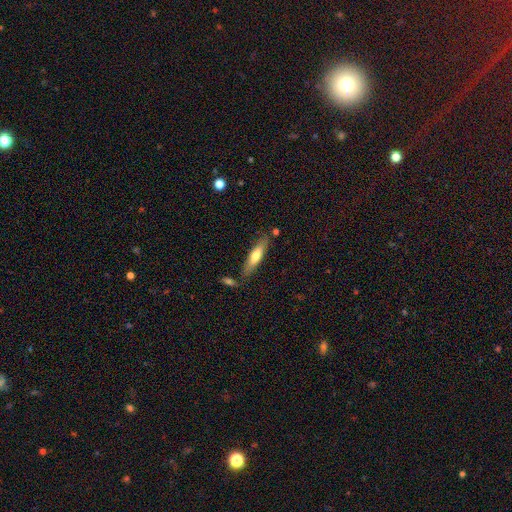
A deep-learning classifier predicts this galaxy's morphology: smooth-or-featured: smooth: 60% | featured or disk: 34% | star or artifact: 6%
  how-rounded: cigar-shaped: 73% | in between: 26% | round: 2%
  merging: none: 78% | minor disturbance: 14% | merger: 5% | major disturbance: 3%